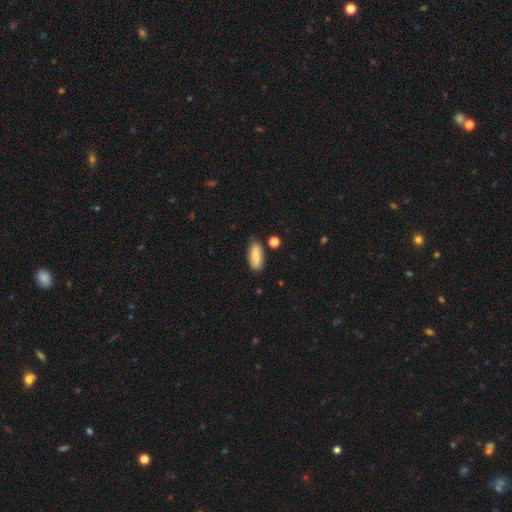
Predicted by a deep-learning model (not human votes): smooth_or_featured: smooth (p=0.71) [alt: featured or disk p=0.21]
how_rounded: in between (p=0.83) [alt: cigar-shaped p=0.14]
merging: none (p=0.76) [alt: minor disturbance p=0.17]